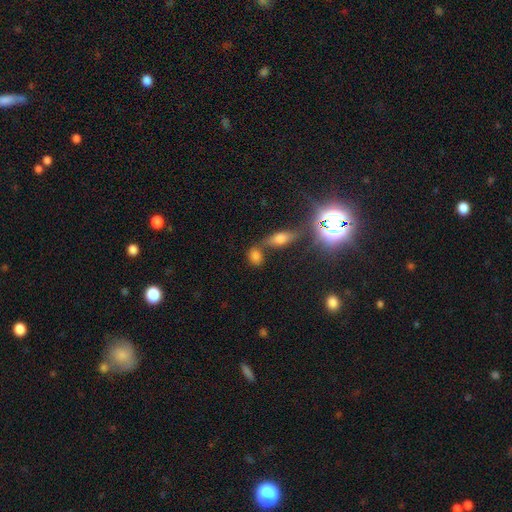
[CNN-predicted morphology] This appears to be a smooth galaxy with no disk features (73%) that is in between round and cigar-shaped (66%). Merging: none (55%).